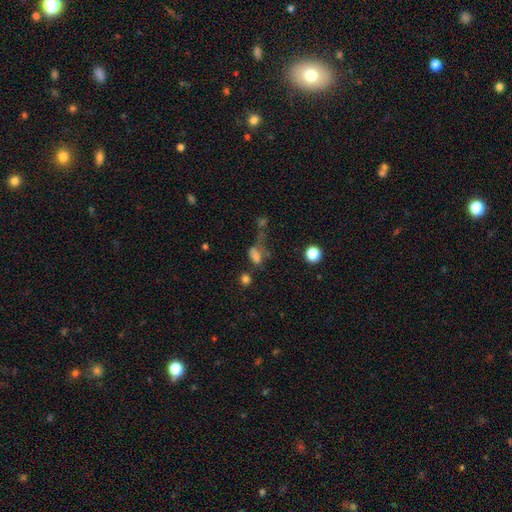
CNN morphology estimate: This is possibly a smooth galaxy (59%). How rounded: likely in between (69%). Merging: marginally major disturbance (34%).